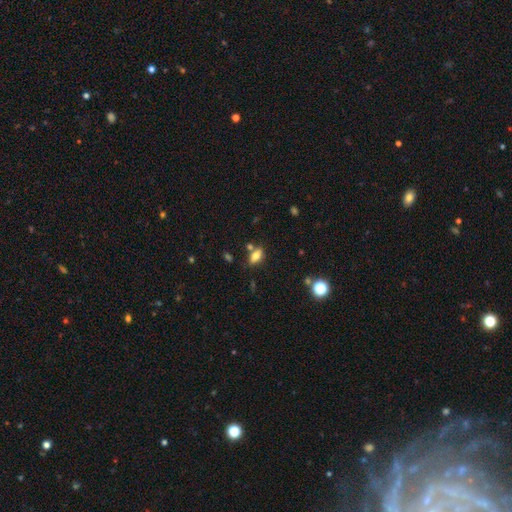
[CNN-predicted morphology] Smooth or featured? Predicted: smooth (p=0.77). How rounded? Predicted: in between (p=0.87). Merging? Predicted: none (p=0.69).